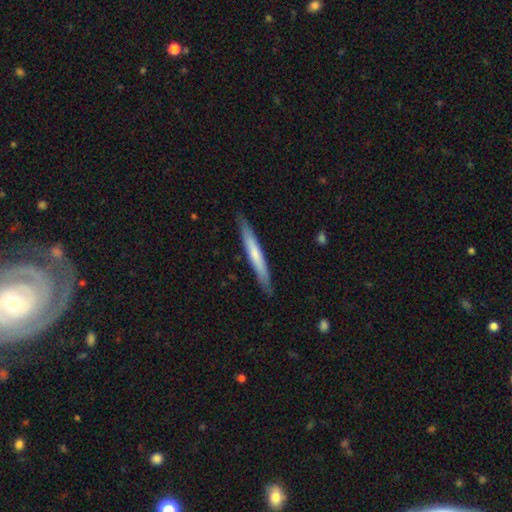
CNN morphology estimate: A smooth galaxy with no disk features (60%) that is cigar-shaped (96%).

Vote fractions:
- Smooth or featured? smooth: 60% / featured or disk: 35% / star or artifact: 5%
- How rounded? cigar-shaped: 96% / in between: 3% / round: 1%
- Merging? none: 88% / minor disturbance: 9% / major disturbance: 2% / merger: 1%